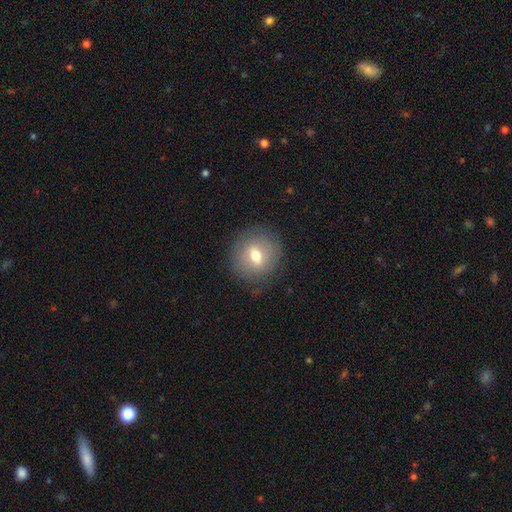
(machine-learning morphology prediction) Q: Smooth or featured?
A: smooth (61%); runner-up: featured or disk (29%)
Q: How rounded?
A: round (84%); runner-up: in between (15%)
Q: Merging?
A: none (83%); runner-up: minor disturbance (11%)